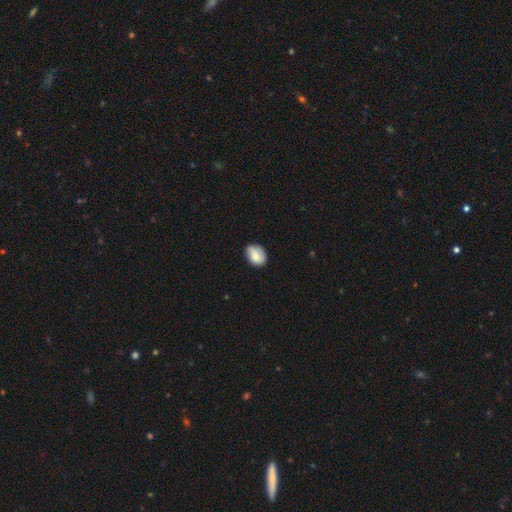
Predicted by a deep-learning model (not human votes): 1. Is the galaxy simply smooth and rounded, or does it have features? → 71% smooth, 21% featured or disk, 7% star or artifact.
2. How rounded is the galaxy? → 73% in between, 26% round, 1% cigar-shaped.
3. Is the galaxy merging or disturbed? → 65% none, 27% minor disturbance, 6% major disturbance, 2% merger.